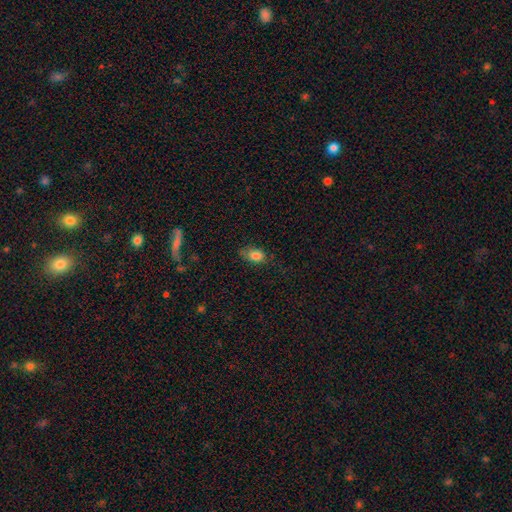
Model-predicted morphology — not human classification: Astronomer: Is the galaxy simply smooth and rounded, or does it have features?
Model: smooth — 83%.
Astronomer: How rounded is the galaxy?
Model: in between — 80%.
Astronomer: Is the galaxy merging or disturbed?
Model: none — 67%.